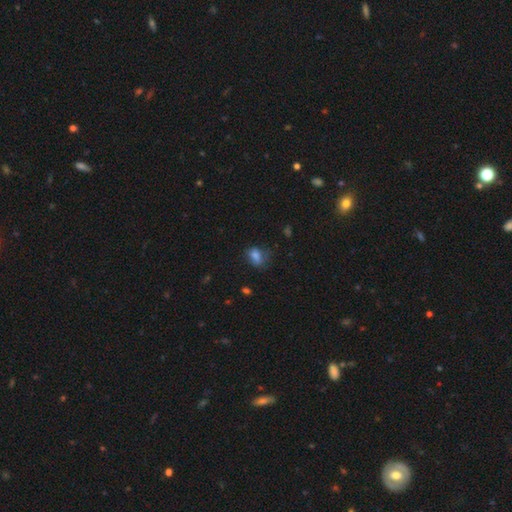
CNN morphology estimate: smooth 79%, star or artifact 11%, featured or disk 10%. Down the decision tree: how rounded — in between (76%); merging — none (53%).